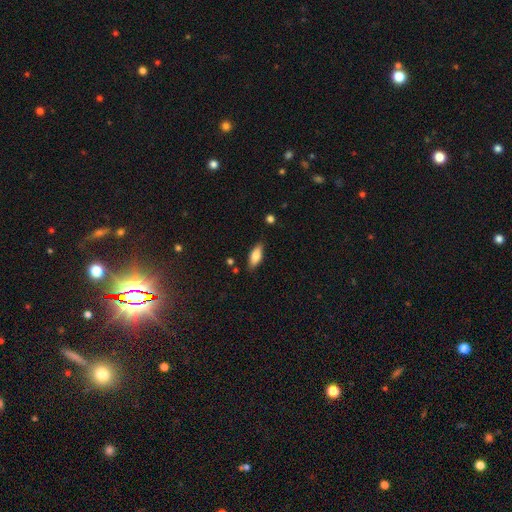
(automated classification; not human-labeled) Overall: smooth (74%). How rounded: in between (75%). Merging: none (84%).